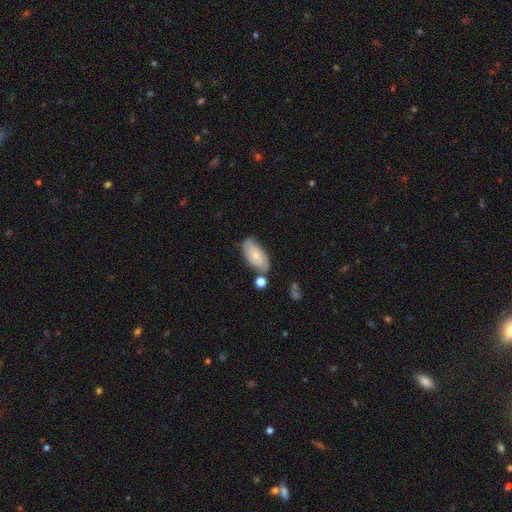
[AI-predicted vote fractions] This appears to be a smooth galaxy with no disk features (61%) that is in between round and cigar-shaped (91%). Merging: none (63%).